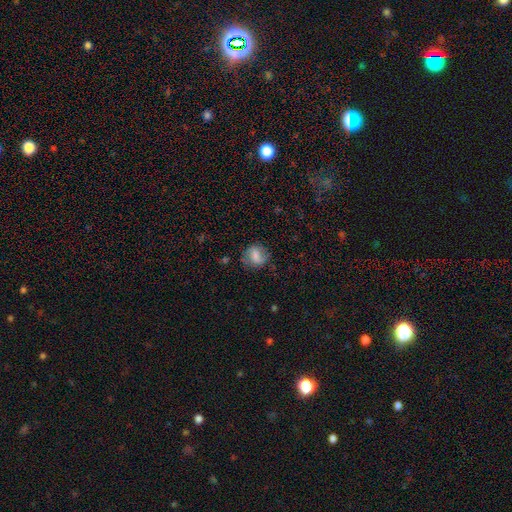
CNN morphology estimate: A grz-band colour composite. It shows a smooth galaxy with no disk features (61%) that is round (67%). Merging: none (69%).